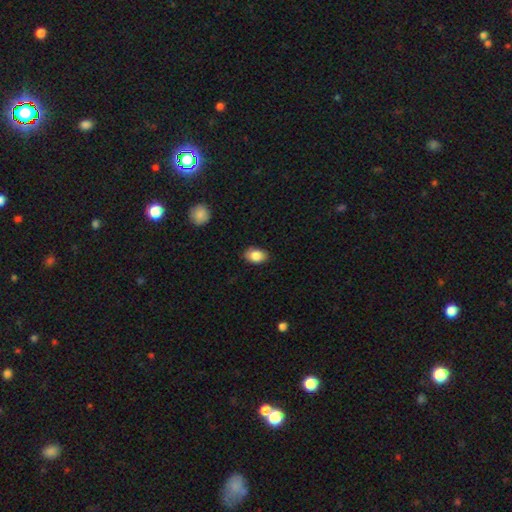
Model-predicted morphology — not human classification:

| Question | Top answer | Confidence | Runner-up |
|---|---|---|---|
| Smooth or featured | smooth | 86% | star or artifact (8%) |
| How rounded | in between | 84% | round (15%) |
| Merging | none | 86% | minor disturbance (11%) |